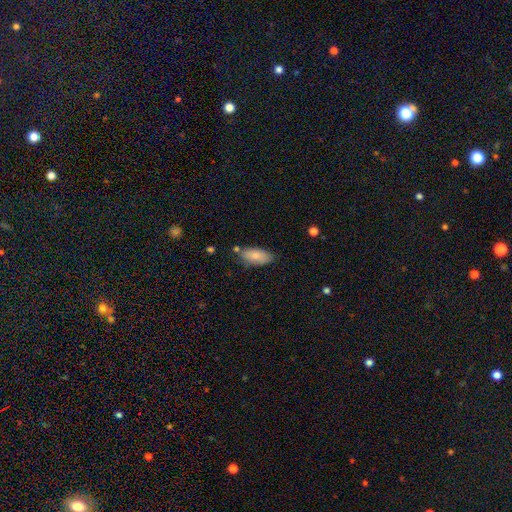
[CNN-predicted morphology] Smooth or featured?
  - smooth: 83% *
  - featured or disk: 11%
  - star or artifact: 7%
How rounded?
  - in between: 89% *
  - cigar-shaped: 8%
  - round: 2%
Merging?
  - none: 70% *
  - minor disturbance: 21%
  - merger: 6%
  - major disturbance: 4%